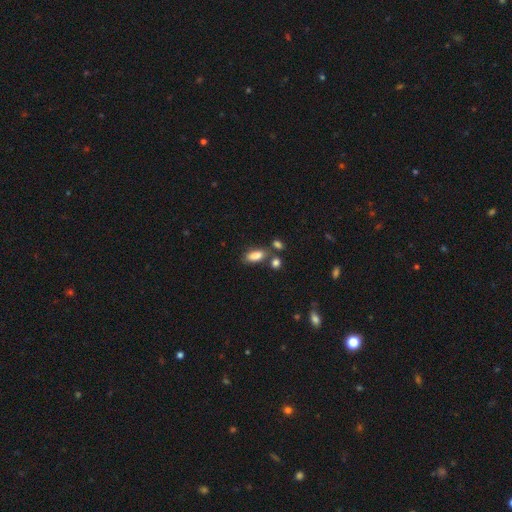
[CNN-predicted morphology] Q: Smooth or featured?
A: smooth (85%); runner-up: star or artifact (8%)
Q: How rounded?
A: in between (84%); runner-up: cigar-shaped (12%)
Q: Merging?
A: none (67%); runner-up: merger (16%)